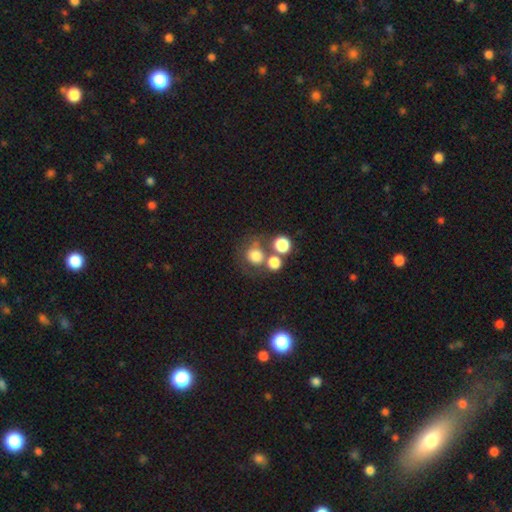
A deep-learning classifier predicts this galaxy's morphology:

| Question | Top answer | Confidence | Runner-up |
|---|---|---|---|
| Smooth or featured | smooth | 73% | featured or disk (14%) |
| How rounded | round | 85% | in between (14%) |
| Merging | none | 50% | merger (32%) |